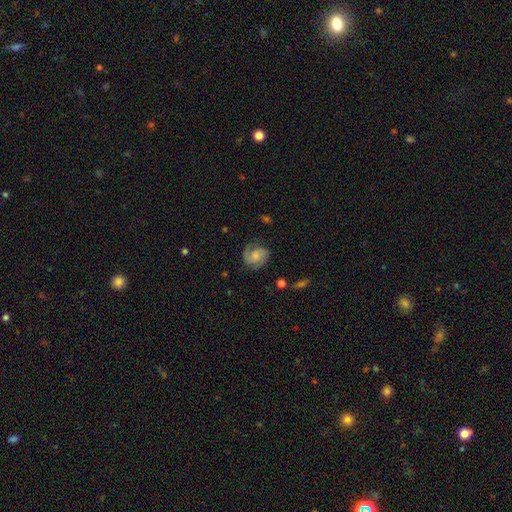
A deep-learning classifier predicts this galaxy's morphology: Smooth or featured? Predicted: featured or disk (p=0.67). Edge-on disk? Predicted: no (p=0.98). Bar? Predicted: no (p=0.63). Spiral arms? Predicted: yes (p=0.93). Spiral winding? Predicted: medium (p=0.45). Spiral arm count? Predicted: 2 (p=0.71). Bulge size? Predicted: small (p=0.39). Merging? Predicted: none (p=0.69).